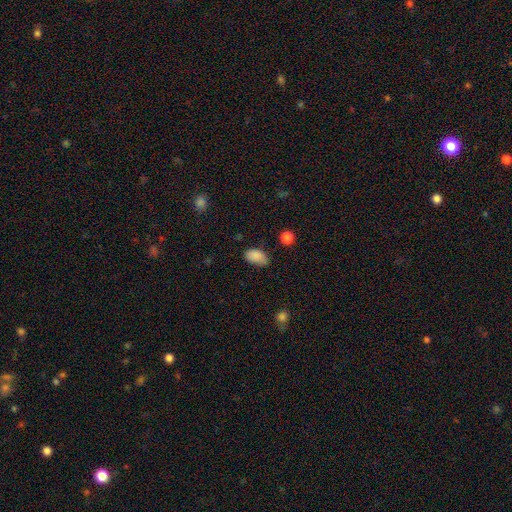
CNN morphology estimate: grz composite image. It shows a smooth galaxy with no disk features (87%) that is in between round and cigar-shaped (92%). Merging: none (64%).